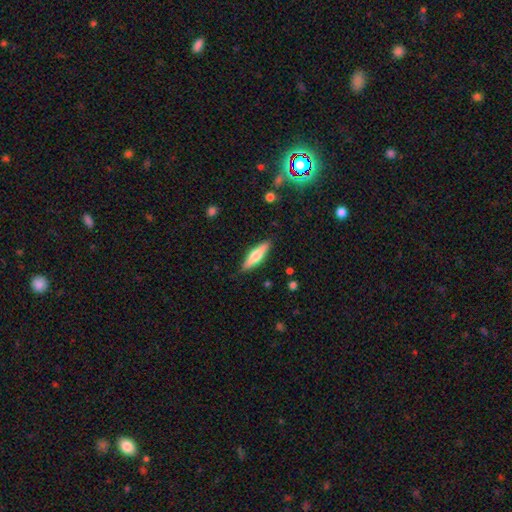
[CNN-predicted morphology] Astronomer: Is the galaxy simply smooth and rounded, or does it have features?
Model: smooth — 50% (runner-up: featured or disk, 44%).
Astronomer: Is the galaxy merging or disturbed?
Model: none — 88%.